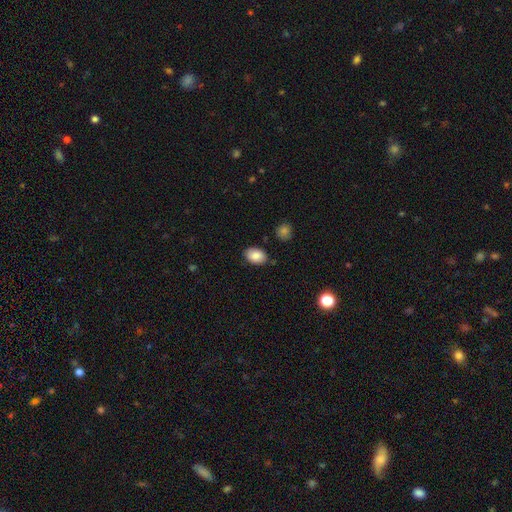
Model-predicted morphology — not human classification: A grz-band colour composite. It shows a smooth galaxy with no disk features (84%) that is in between round and cigar-shaped (86%). Merging: none (82%).